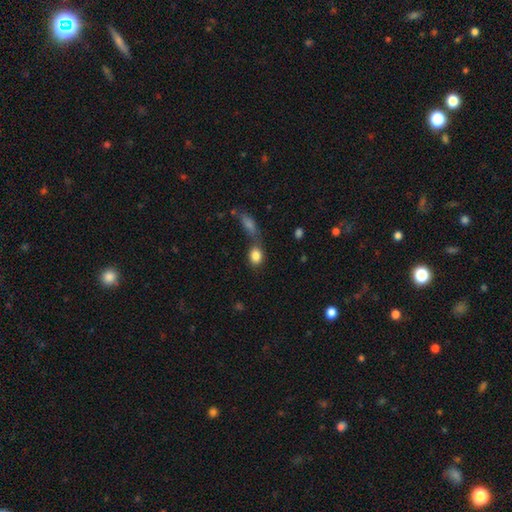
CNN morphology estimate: Smooth or featured: smooth — 84% (star or artifact — 9%)
How rounded: in between — 59% (round — 38%)
Merging: none — 51% (merger — 31%)